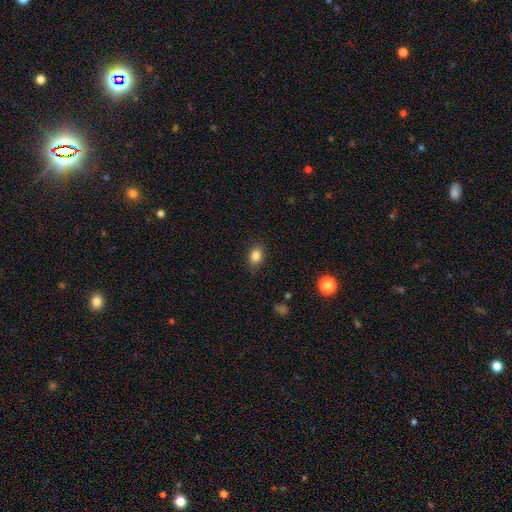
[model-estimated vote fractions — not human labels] Smooth or featured? Predicted: smooth (p=0.84). How rounded? Predicted: in between (p=0.67). Merging? Predicted: none (p=0.84).